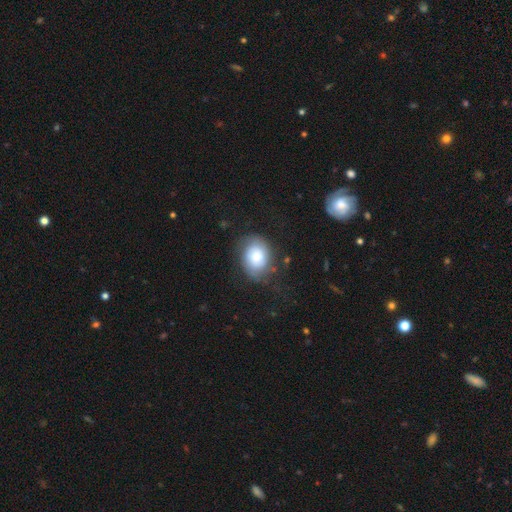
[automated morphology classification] Smooth or featured?
  - smooth: 59% *
  - featured or disk: 33%
  - star or artifact: 8%
How rounded?
  - in between: 50% *
  - round: 49%
  - cigar-shaped: 1%
Merging?
  - none: 62% *
  - minor disturbance: 23%
  - major disturbance: 13%
  - merger: 2%